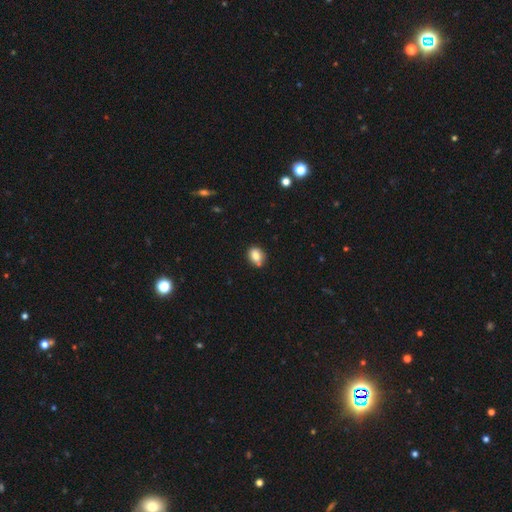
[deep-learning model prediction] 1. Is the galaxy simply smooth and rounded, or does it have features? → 81% smooth, 10% star or artifact, 9% featured or disk.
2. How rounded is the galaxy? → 50% in between, 49% round, 1% cigar-shaped.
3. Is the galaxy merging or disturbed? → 72% none, 17% minor disturbance, 9% merger, 3% major disturbance.